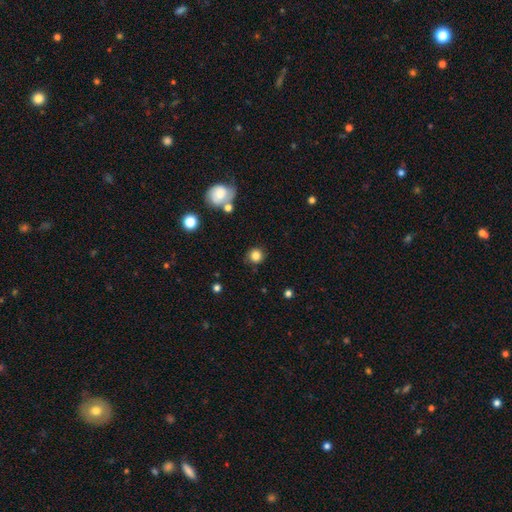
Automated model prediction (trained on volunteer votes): Morphology: type=smooth (83%); roundness=round (91%); merging=none (84%).